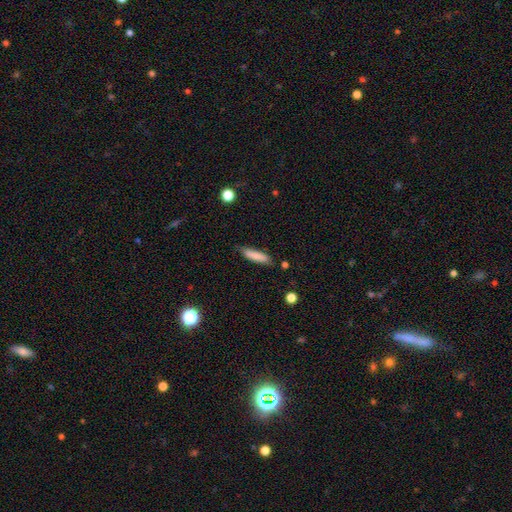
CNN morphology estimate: Q: Smooth or featured?
A: smooth (81%); runner-up: featured or disk (12%)
Q: How rounded?
A: cigar-shaped (75%); runner-up: in between (24%)
Q: Merging?
A: none (78%); runner-up: minor disturbance (17%)